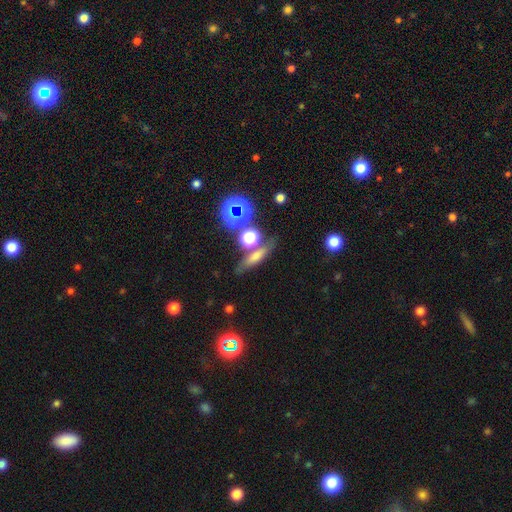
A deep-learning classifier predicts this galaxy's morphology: smooth_or_featured: smooth (p=0.51) [alt: featured or disk p=0.28]
how_rounded: cigar-shaped (p=0.59) [alt: in between p=0.24]
merging: none (p=0.69) [alt: minor disturbance p=0.13]